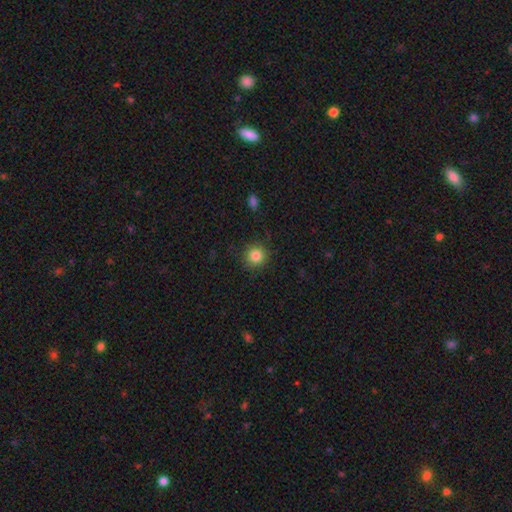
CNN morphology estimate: Smooth or featured? Predicted: smooth (p=0.84). How rounded? Predicted: round (p=0.93). Merging? Predicted: none (p=0.89).